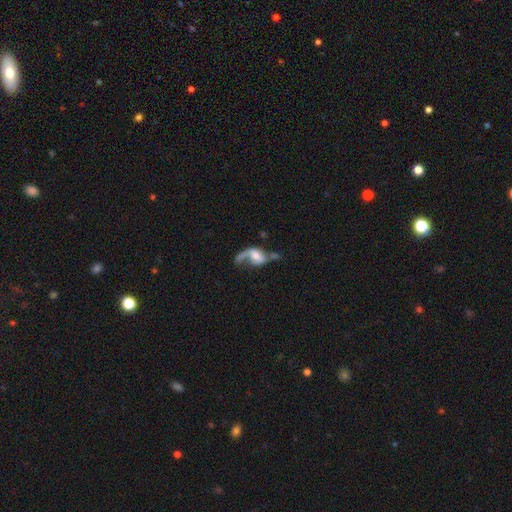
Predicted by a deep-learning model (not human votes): featured or disk 64%, smooth 27%, star or artifact 8%. Down the decision tree: edge-on disk — no (94%); bar — no (47%); spiral arms — yes (79%); bulge size — moderate (36%); merging — major disturbance (36%).